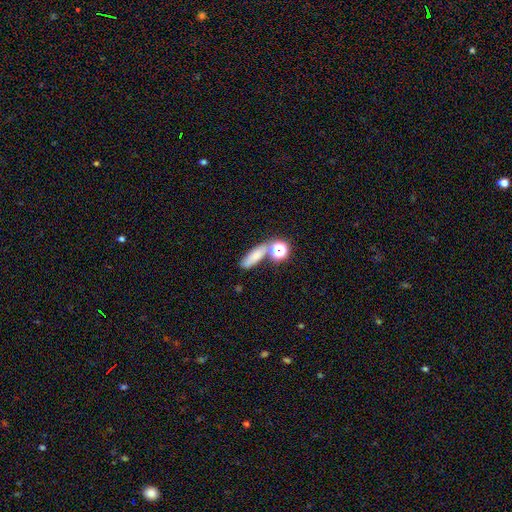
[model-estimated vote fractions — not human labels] The model was most divided on "how rounded": in between: 44%, cigar-shaped: 40%, round: 15%. More confident: smooth or featured — smooth (71%); merging — none (62%).